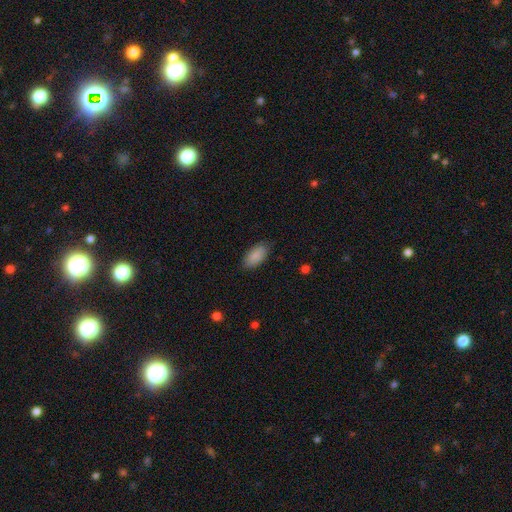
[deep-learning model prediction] Q: Smooth or featured?
A: smooth (88%); runner-up: star or artifact (6%)
Q: How rounded?
A: in between (92%); runner-up: cigar-shaped (5%)
Q: Merging?
A: none (81%); runner-up: minor disturbance (15%)